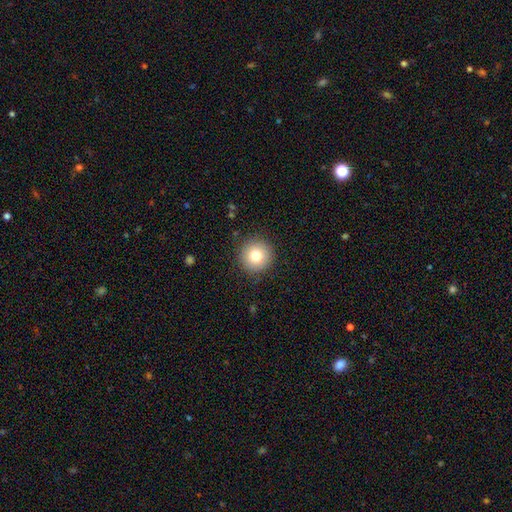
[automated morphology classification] type=smooth (78%); roundness=round (95%); merging=none (90%).